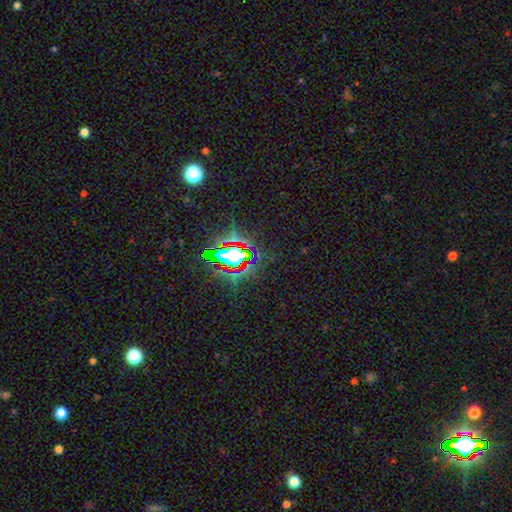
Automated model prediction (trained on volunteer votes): Smooth or featured? Predicted: star or artifact (p=0.75).